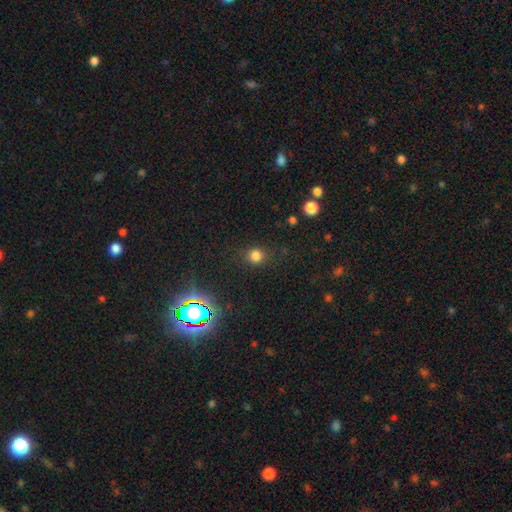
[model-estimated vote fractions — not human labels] Q: Smooth or featured?
A: smooth (77%); runner-up: star or artifact (17%)
Q: How rounded?
A: round (84%); runner-up: in between (15%)
Q: Merging?
A: none (84%); runner-up: minor disturbance (10%)